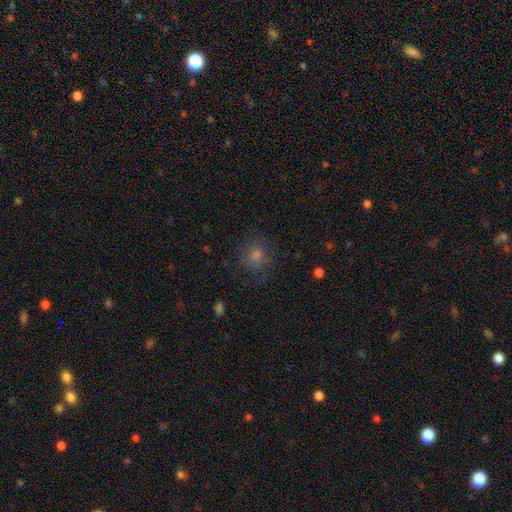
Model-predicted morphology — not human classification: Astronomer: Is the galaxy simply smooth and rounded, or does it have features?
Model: smooth — 58%.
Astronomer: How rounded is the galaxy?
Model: round — 84%.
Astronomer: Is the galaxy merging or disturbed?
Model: none — 76%.